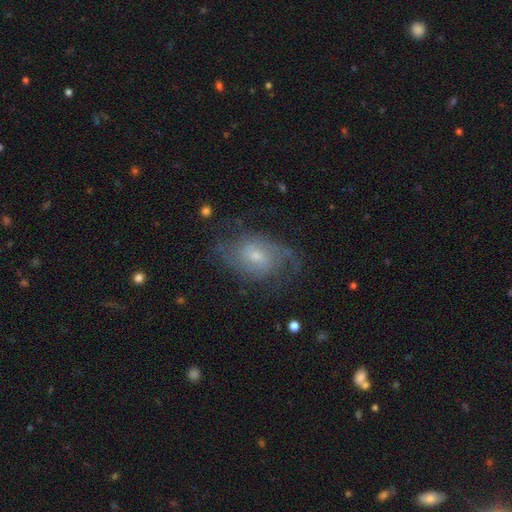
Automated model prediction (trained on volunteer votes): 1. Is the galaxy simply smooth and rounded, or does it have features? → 74% featured or disk, 18% smooth, 8% star or artifact.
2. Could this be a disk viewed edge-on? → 96% no, 4% yes.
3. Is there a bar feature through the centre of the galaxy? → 48% no, 45% weak, 7% strong.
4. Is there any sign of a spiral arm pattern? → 89% yes, 11% no.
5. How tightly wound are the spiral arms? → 45% medium, 32% tight, 23% loose.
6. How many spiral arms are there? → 51% 2, 29% can't tell, 8% 3, 6% 1, 3% 4, 3% more than 4.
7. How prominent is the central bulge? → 51% small, 42% moderate, 3% none, 3% large, 1% dominant.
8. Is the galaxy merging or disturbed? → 63% none, 21% minor disturbance, 14% major disturbance, 2% merger.